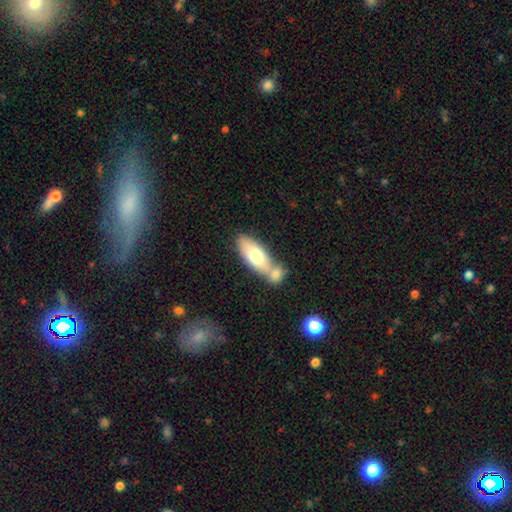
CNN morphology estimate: This appears to be a smooth galaxy with no disk features (69%) that is in between round and cigar-shaped (79%). Merging: merger (49%).